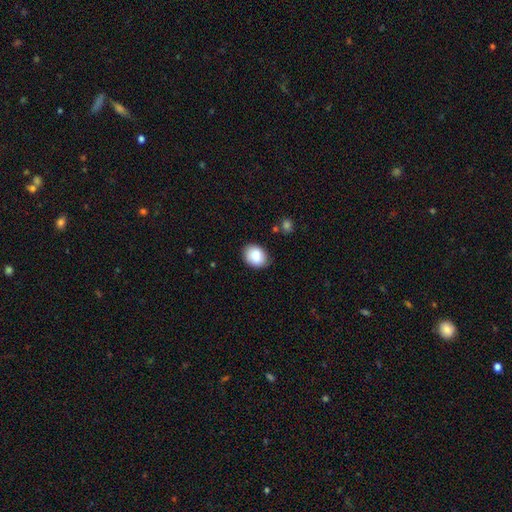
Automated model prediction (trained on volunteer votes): This appears to be a smooth galaxy with no disk features (85%) that is in between round and cigar-shaped (62%). Merging: none (82%).